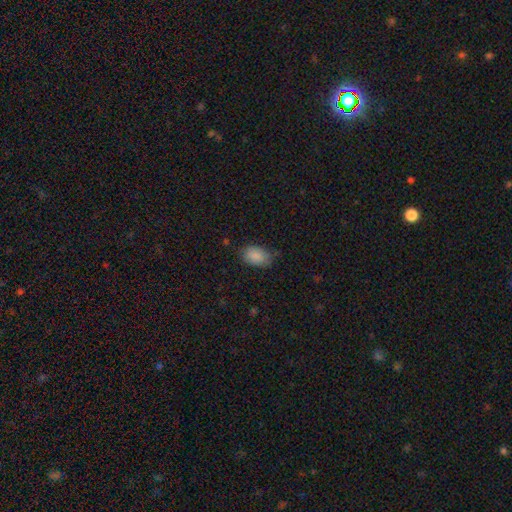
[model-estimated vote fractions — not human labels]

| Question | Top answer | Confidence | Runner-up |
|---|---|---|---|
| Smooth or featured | smooth | 87% | star or artifact (7%) |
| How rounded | in between | 87% | round (12%) |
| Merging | none | 73% | minor disturbance (22%) |